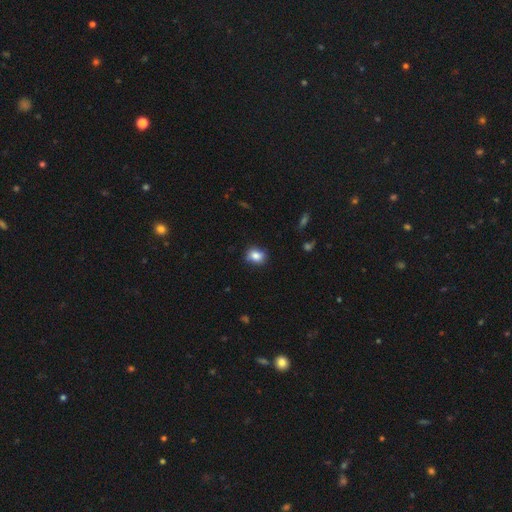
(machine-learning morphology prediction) Q: Smooth or featured?
A: smooth (82%); runner-up: star or artifact (10%)
Q: How rounded?
A: round (53%); runner-up: in between (46%)
Q: Merging?
A: none (77%); runner-up: minor disturbance (18%)